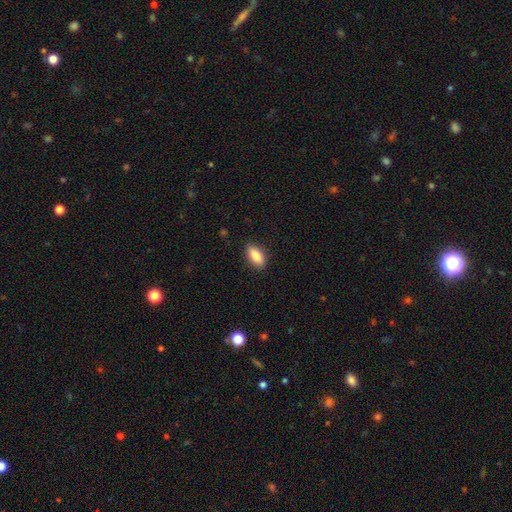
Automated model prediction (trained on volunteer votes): A smooth galaxy with no disk features (87%) that is in between round and cigar-shaped (83%). Merging: none (87%).